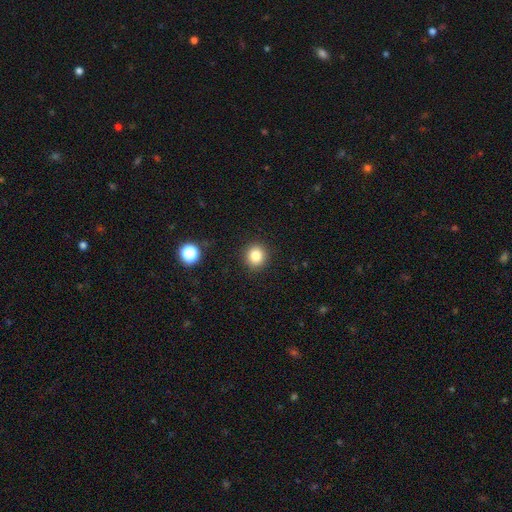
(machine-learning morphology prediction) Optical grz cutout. It shows a smooth galaxy with no disk features (83%) that is round (90%). Merging: none (91%).